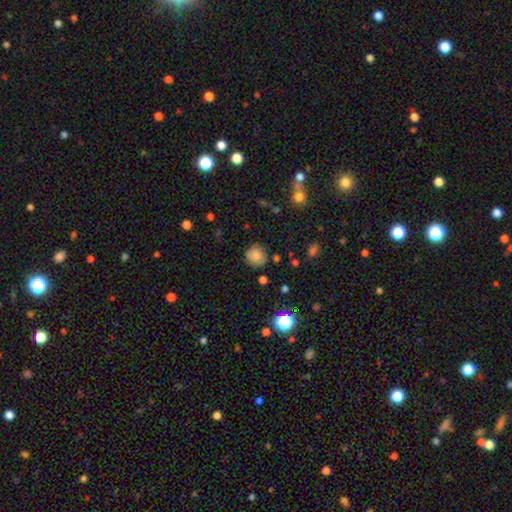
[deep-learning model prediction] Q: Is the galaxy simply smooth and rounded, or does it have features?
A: smooth — 81%.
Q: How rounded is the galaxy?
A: round — 90%.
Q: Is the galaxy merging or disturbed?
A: none — 84%.